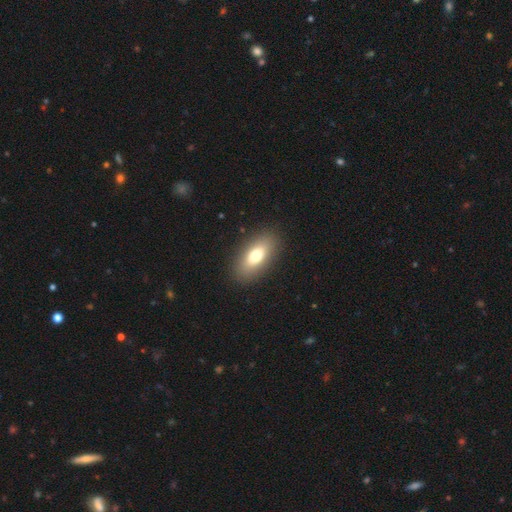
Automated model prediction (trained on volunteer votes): Overall: smooth (74%). How rounded: in between (84%). Merging: none (88%).